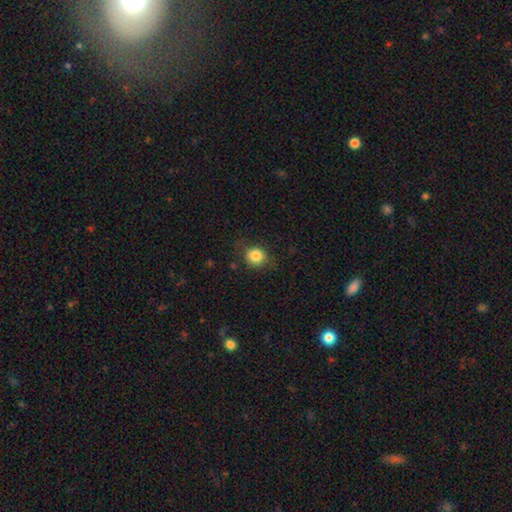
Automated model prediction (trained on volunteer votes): Q: Smooth or featured?
A: smooth (83%); runner-up: star or artifact (10%)
Q: How rounded?
A: round (82%); runner-up: in between (17%)
Q: Merging?
A: none (76%); runner-up: minor disturbance (16%)